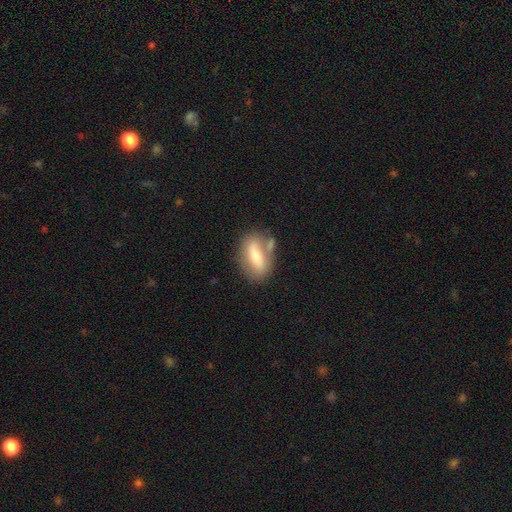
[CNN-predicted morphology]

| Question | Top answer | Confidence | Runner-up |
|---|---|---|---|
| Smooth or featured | smooth | 58% | featured or disk (35%) |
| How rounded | in between | 79% | cigar-shaped (13%) |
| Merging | none | 58% | minor disturbance (19%) |